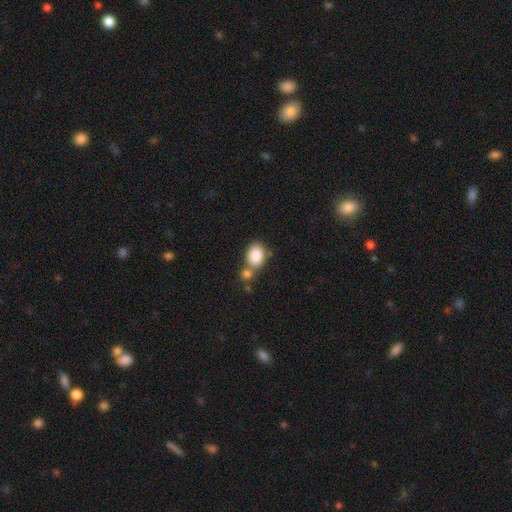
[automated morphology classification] A smooth galaxy with no disk features (85%) that is in between round and cigar-shaped (70%). Merging: none (48%).